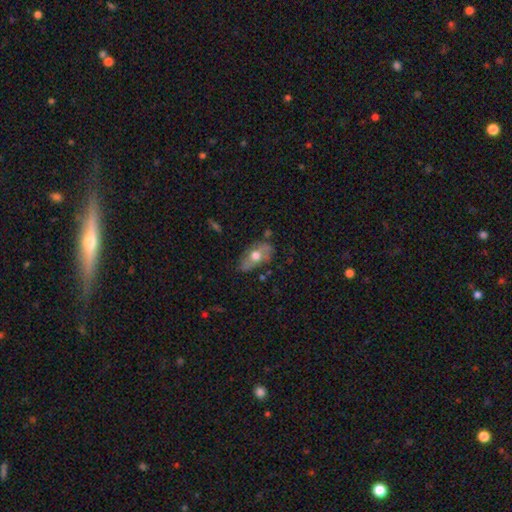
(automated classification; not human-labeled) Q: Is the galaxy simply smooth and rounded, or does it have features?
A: smooth — 51%.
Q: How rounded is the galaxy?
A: in between — 87%.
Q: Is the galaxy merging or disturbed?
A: none — 67%.